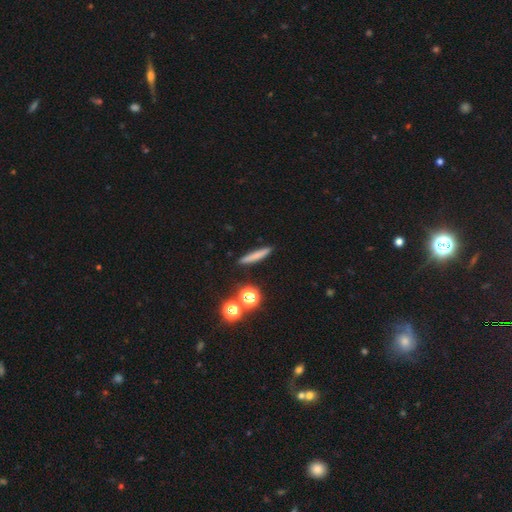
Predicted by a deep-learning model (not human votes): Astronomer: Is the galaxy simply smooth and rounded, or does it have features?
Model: smooth — 71%.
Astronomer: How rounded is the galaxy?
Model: cigar-shaped — 91%.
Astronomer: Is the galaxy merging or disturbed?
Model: none — 89%.